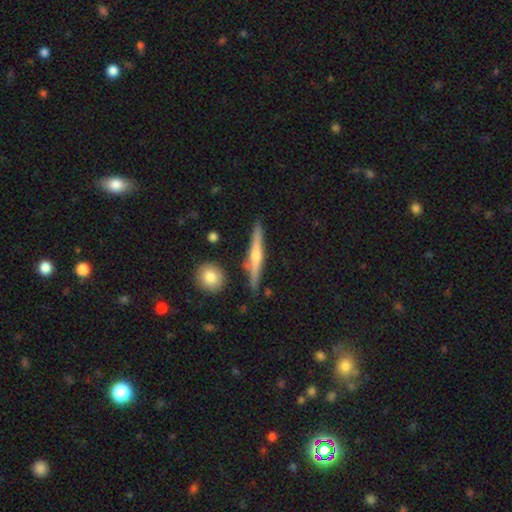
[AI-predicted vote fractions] Overall: featured or disk (69%). Edge-on disk: yes (97%). Edge-on bulge: rounded (84%). Merging: none (87%).